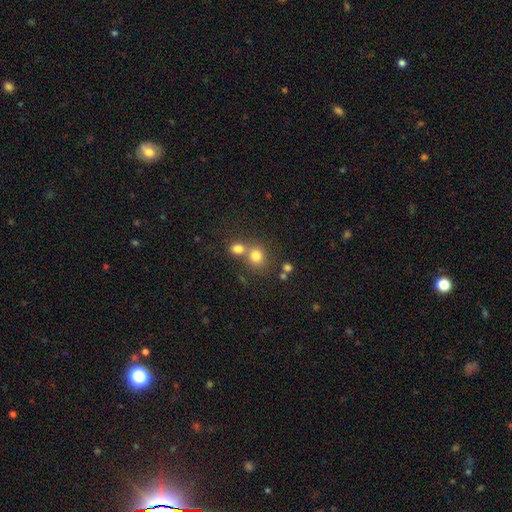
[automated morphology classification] This appears to be a smooth galaxy with no disk features (78%) that is round (77%). Merging: none (48%).